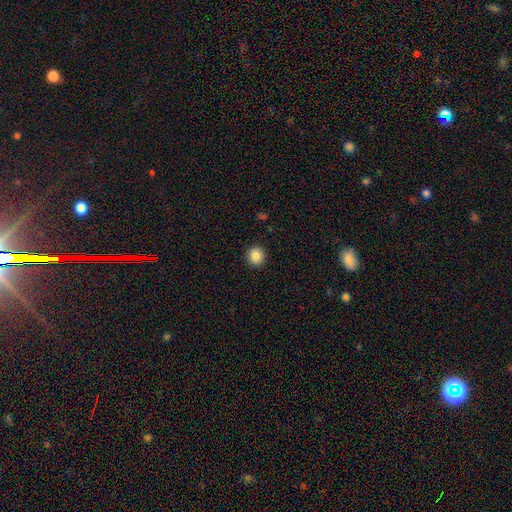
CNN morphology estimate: Smooth or featured: smooth — 86% (star or artifact — 10%)
How rounded: round — 88% (in between — 11%)
Merging: none — 92% (minor disturbance — 5%)